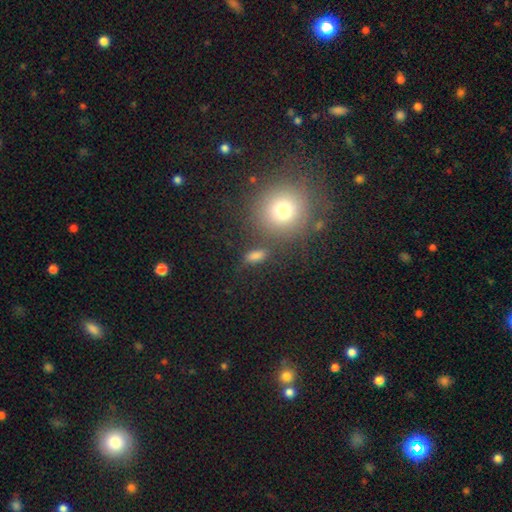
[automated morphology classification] smooth_or_featured: smooth (p=0.76) [alt: star or artifact p=0.15]
how_rounded: in between (p=0.71) [alt: round p=0.17]
merging: none (p=0.67) [alt: minor disturbance p=0.15]